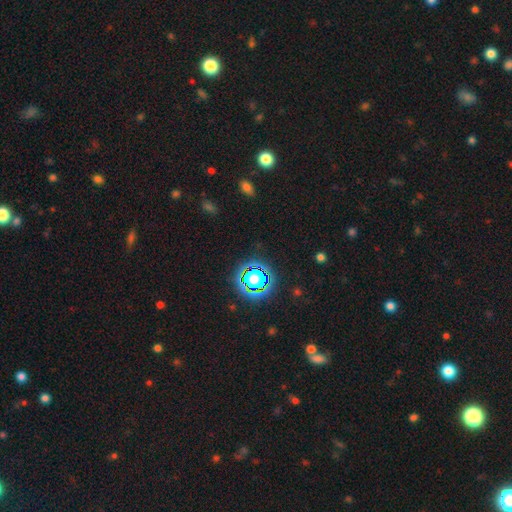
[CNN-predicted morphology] A star or artifact, not a galaxy (77%).